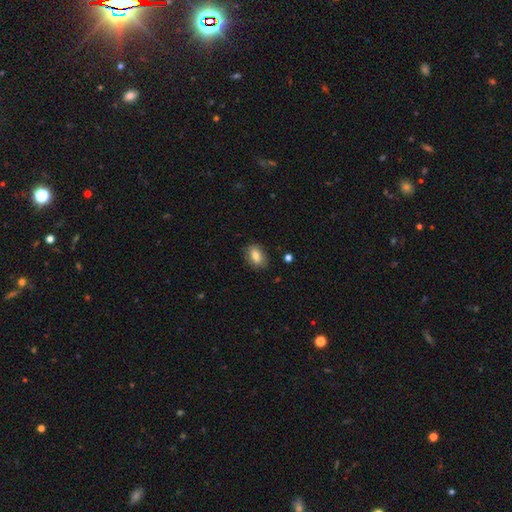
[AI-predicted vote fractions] Q: Smooth or featured?
A: smooth (78%); runner-up: featured or disk (14%)
Q: How rounded?
A: in between (82%); runner-up: round (15%)
Q: Merging?
A: none (82%); runner-up: minor disturbance (14%)